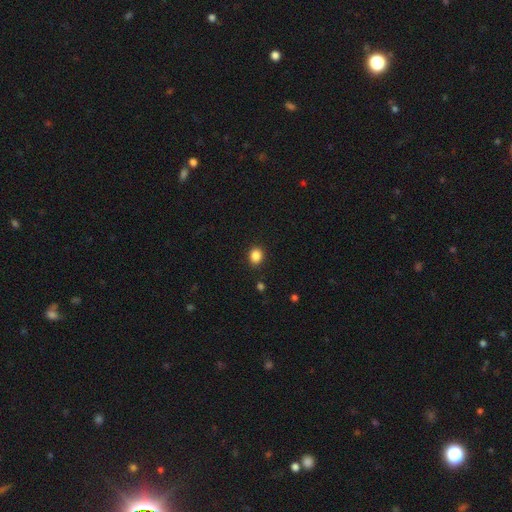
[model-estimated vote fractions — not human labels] Overall: smooth (86%). How rounded: round (61%; in between 38%). Merging: none (90%).